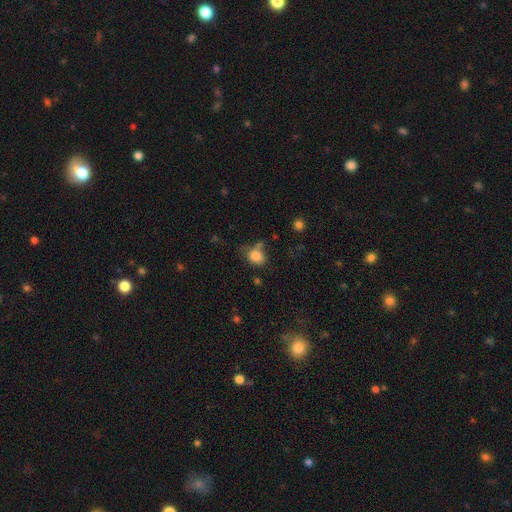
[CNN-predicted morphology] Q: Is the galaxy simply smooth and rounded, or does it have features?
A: smooth — 82%.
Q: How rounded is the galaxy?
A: round — 54%.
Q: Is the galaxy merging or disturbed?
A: none — 53%.